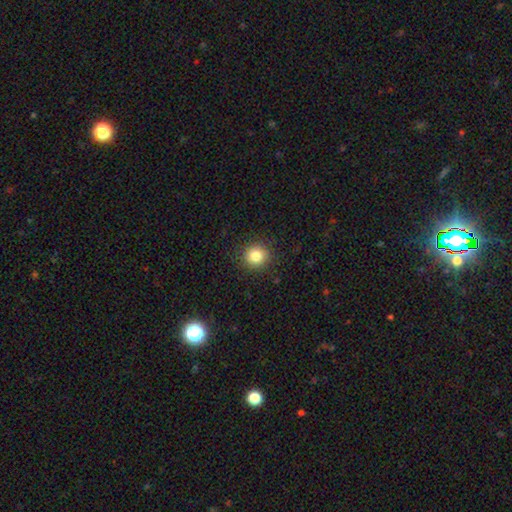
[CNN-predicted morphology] This is clearly a smooth galaxy (83%). How rounded: clearly round (91%). Merging: clearly none (90%).